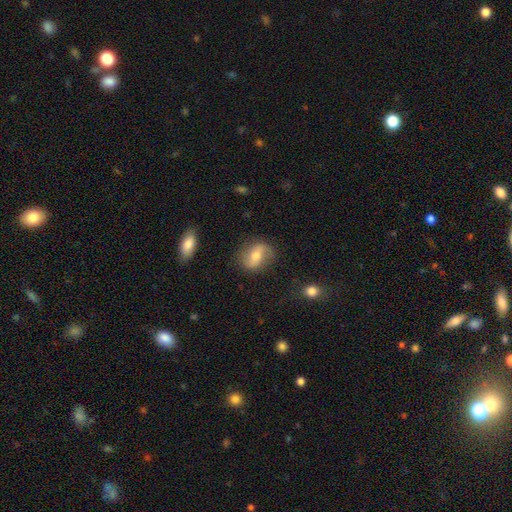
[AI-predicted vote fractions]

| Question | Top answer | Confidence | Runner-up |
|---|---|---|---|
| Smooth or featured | featured or disk | 52% | smooth (40%) |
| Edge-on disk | no | 95% | yes (5%) |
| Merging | none | 76% | minor disturbance (16%) |